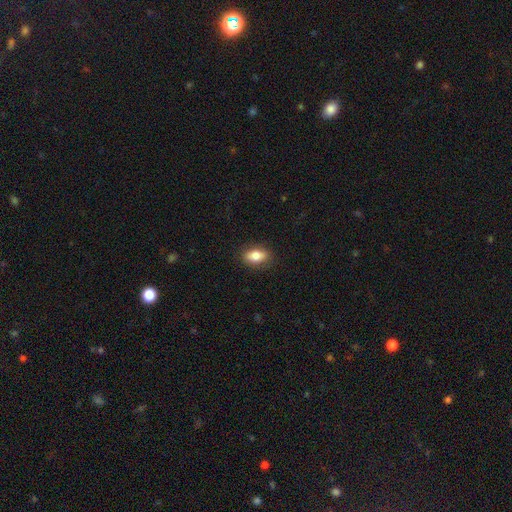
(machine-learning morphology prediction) Smooth or featured: smooth — 80% (featured or disk — 12%)
How rounded: in between — 86% (round — 9%)
Merging: none — 86% (minor disturbance — 11%)